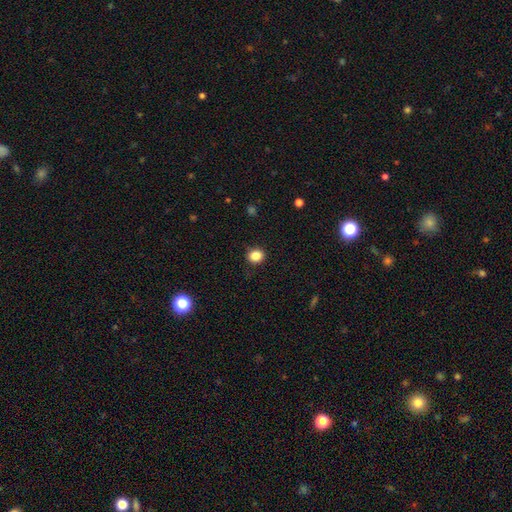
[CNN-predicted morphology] type=smooth (85%); roundness=round (76%); merging=none (88%).